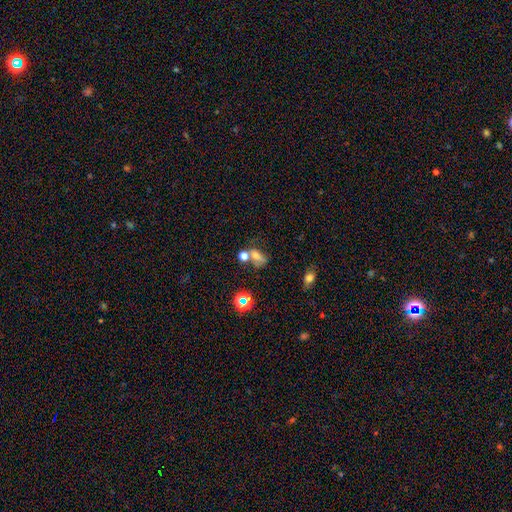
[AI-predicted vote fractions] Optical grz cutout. It shows a smooth galaxy with no disk features (56%) that is in between round and cigar-shaped (64%). Merging: none (38%).